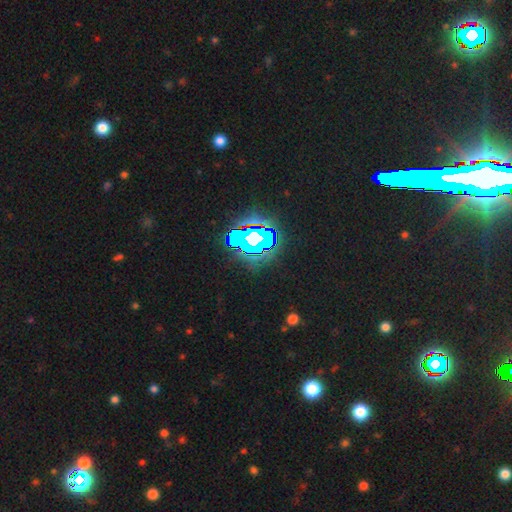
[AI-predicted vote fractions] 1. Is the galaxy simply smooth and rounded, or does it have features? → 81% star or artifact, 10% smooth, 9% featured or disk.